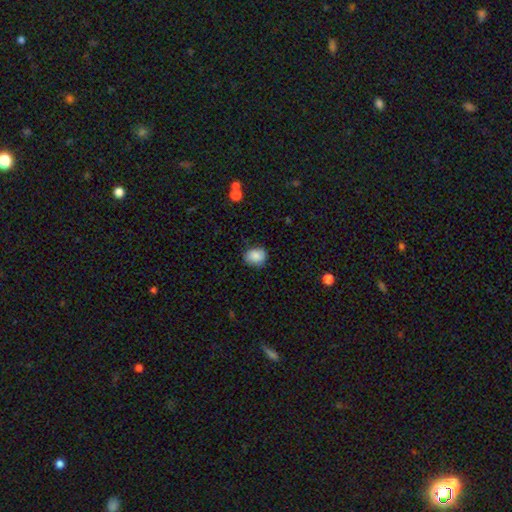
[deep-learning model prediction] The model was most divided on "how rounded": round: 52%, in between: 47%, cigar-shaped: 1%. More confident: smooth or featured — smooth (87%); merging — none (79%).